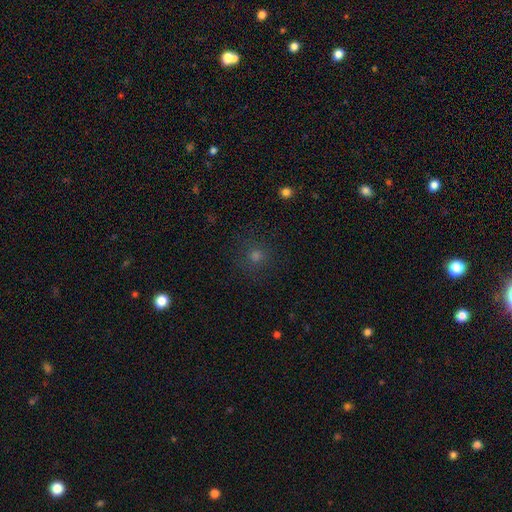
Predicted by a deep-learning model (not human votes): smooth 60%, star or artifact 32%, featured or disk 8%. Down the decision tree: how rounded — round (92%); merging — none (86%).